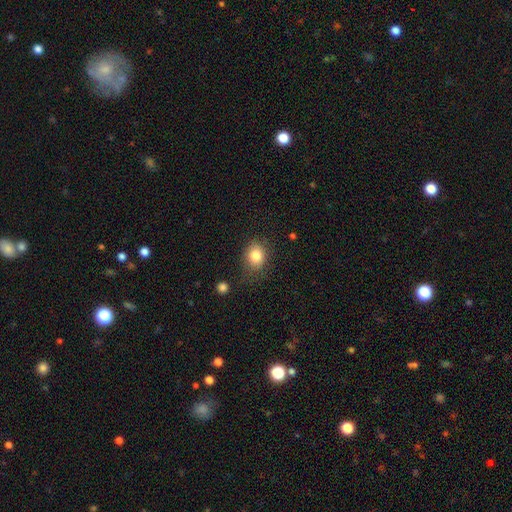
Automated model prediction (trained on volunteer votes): Q: Smooth or featured?
A: smooth (82%); runner-up: star or artifact (10%)
Q: How rounded?
A: round (55%); runner-up: in between (44%)
Q: Merging?
A: none (73%); runner-up: minor disturbance (19%)